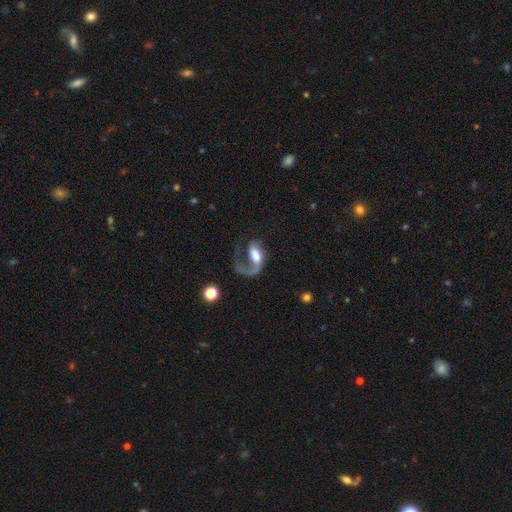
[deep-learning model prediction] Smooth or featured: featured or disk — 73% (smooth — 20%)
Edge-on disk: no — 96% (yes — 4%)
Bar: no — 48% (weak — 35%)
Spiral arms: yes — 90% (no — 10%)
Spiral winding: loose — 58% (medium — 30%)
Spiral arm count: 1 — 84% (2 — 11%)
Bulge size: moderate — 40% (large — 30%)
Merging: major disturbance — 49% (none — 33%)